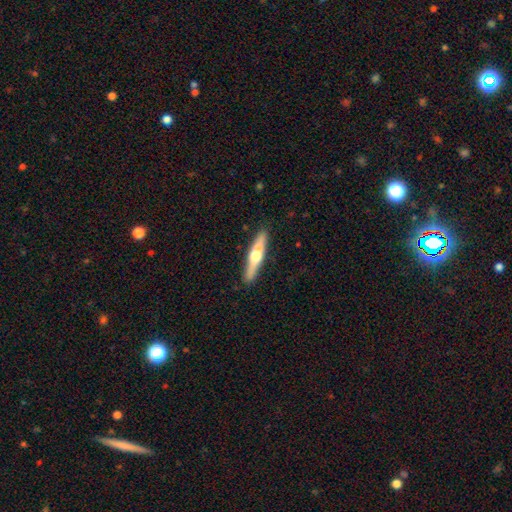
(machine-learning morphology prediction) Smooth or featured?
  - featured or disk: 57% *
  - smooth: 38%
  - star or artifact: 5%
Edge-on disk?
  - yes: 92% *
  - no: 8%
Edge-on bulge?
  - rounded: 92% *
  - none: 4%
  - boxy: 4%
Merging?
  - none: 73% *
  - merger: 12%
  - minor disturbance: 12%
  - major disturbance: 3%